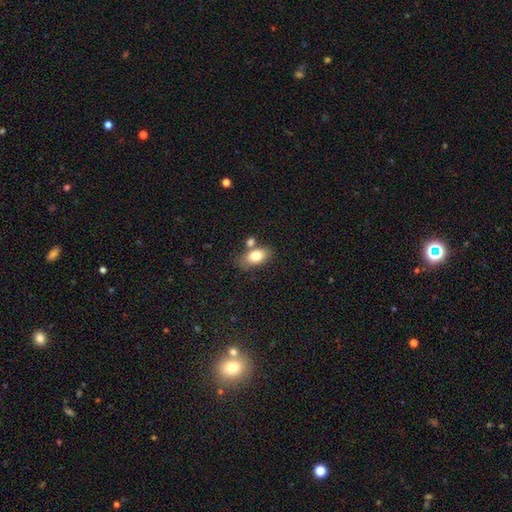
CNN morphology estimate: Smooth or featured?
  - smooth: 79% *
  - featured or disk: 13%
  - star or artifact: 8%
How rounded?
  - in between: 88% *
  - round: 10%
  - cigar-shaped: 2%
Merging?
  - none: 60% *
  - merger: 20%
  - minor disturbance: 16%
  - major disturbance: 5%